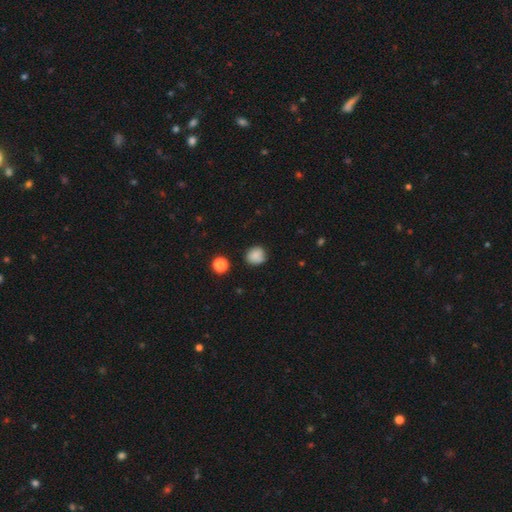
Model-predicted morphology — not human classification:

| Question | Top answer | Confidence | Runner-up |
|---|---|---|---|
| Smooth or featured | smooth | 84% | star or artifact (10%) |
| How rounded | round | 79% | in between (20%) |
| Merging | none | 74% | minor disturbance (19%) |